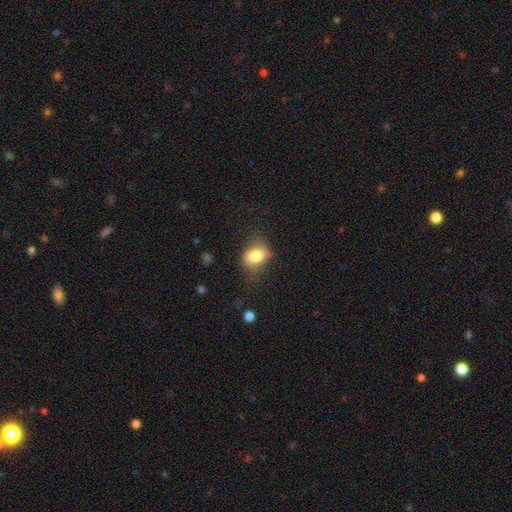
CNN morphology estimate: A smooth galaxy with no disk features (79%) that is in between round and cigar-shaped (70%). Merging: none (63%).